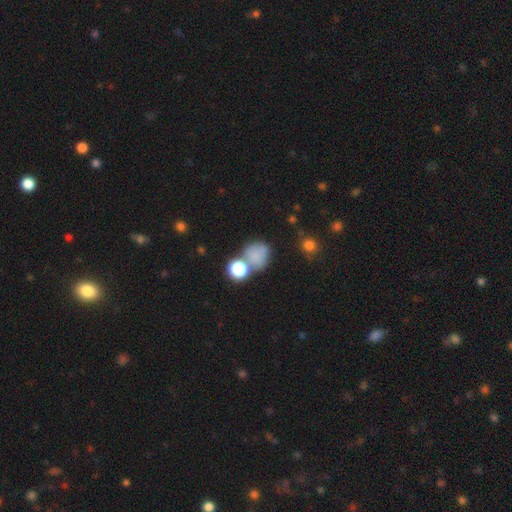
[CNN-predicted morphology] smooth 71%, star or artifact 16%, featured or disk 13%. Down the decision tree: how rounded — round (73%); merging — none (42%).